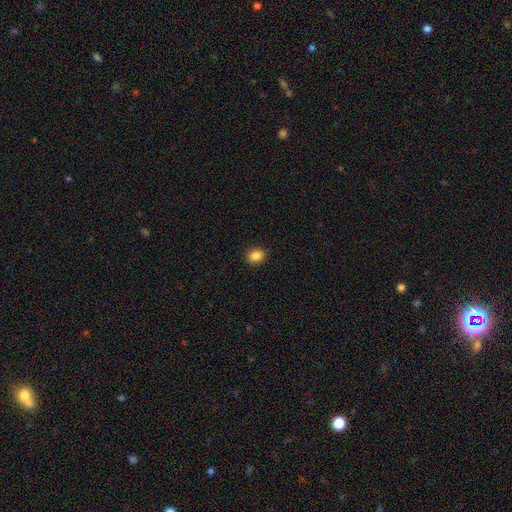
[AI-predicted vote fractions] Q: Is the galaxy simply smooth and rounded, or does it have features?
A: smooth — 85%.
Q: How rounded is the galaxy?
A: round — 68%.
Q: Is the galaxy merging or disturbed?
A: none — 90%.